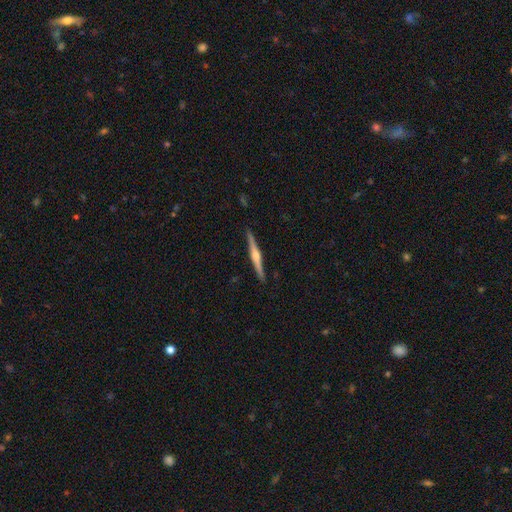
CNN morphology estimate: featured or disk 77%, smooth 18%, star or artifact 5%. Down the decision tree: edge-on disk — yes (99%); edge-on bulge — rounded (85%); merging — none (92%).